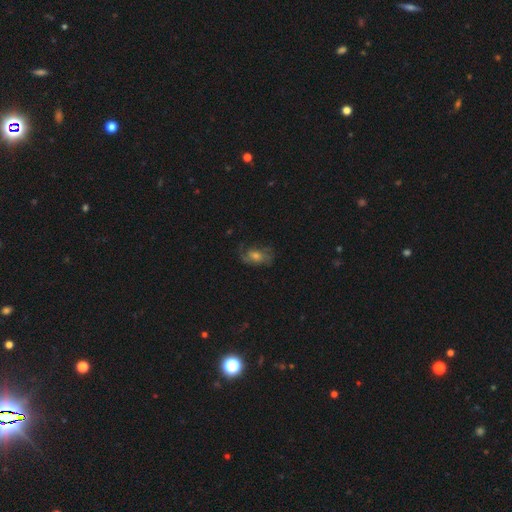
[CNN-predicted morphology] This appears to be a featured or disk galaxy (51%). Merging: none (60%).